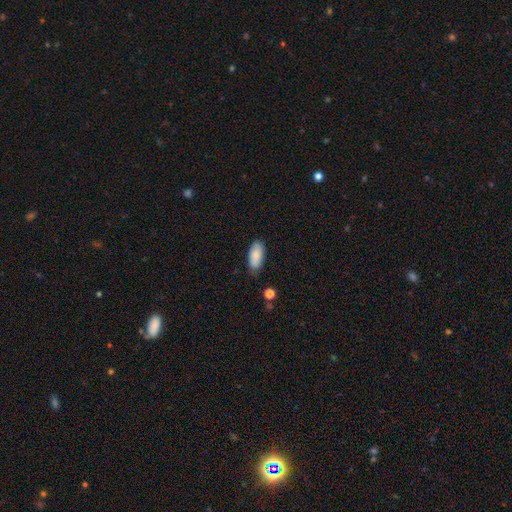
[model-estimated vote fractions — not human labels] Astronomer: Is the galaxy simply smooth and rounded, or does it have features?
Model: smooth — 85%.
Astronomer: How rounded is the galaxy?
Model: in between — 89%.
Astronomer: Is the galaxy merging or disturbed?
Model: none — 80%.